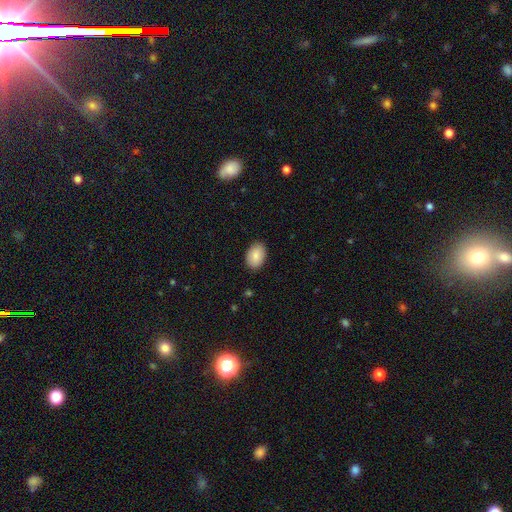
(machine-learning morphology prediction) smooth-or-featured: smooth: 86% | featured or disk: 7% | star or artifact: 7%
  how-rounded: in between: 87% | round: 12% | cigar-shaped: 1%
  merging: none: 88% | minor disturbance: 9% | major disturbance: 2% | merger: 1%